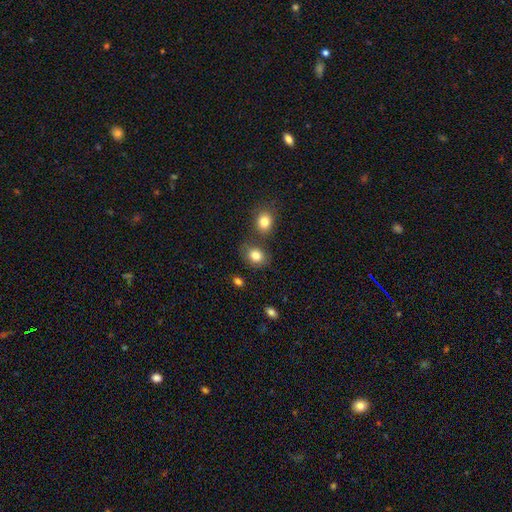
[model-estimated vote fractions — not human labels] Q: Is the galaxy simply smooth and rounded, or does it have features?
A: smooth — 83%.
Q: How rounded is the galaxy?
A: in between — 52%.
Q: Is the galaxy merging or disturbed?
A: none — 69%.